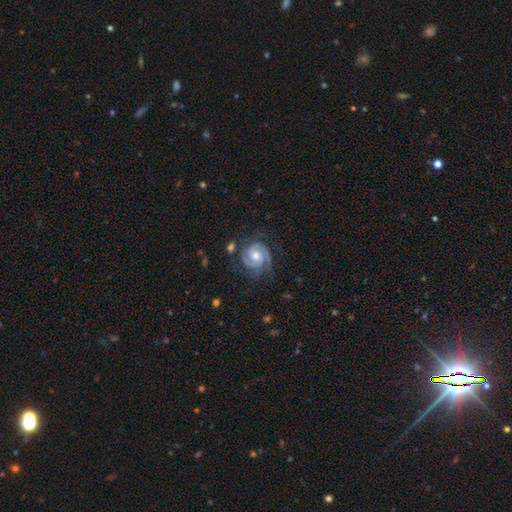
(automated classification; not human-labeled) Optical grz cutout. It shows a featured or disk galaxy (89%) with no bar (64%), 2 (66%) tight (67%) spiral arms (98%) and a moderate central bulge (67%). Merging: none (74%).